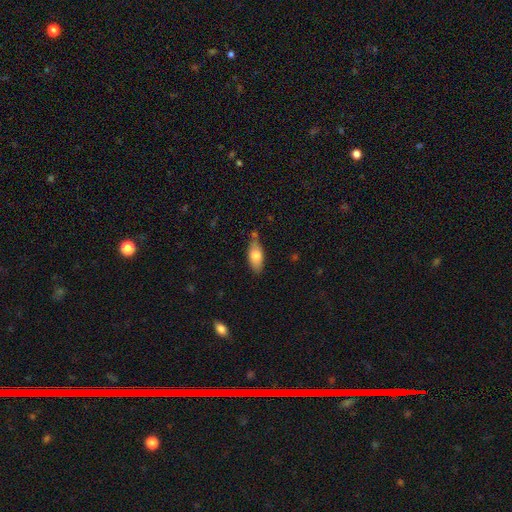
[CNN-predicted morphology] This is likely a smooth galaxy (75%). How rounded: clearly in between (81%). Merging: likely none (68%).